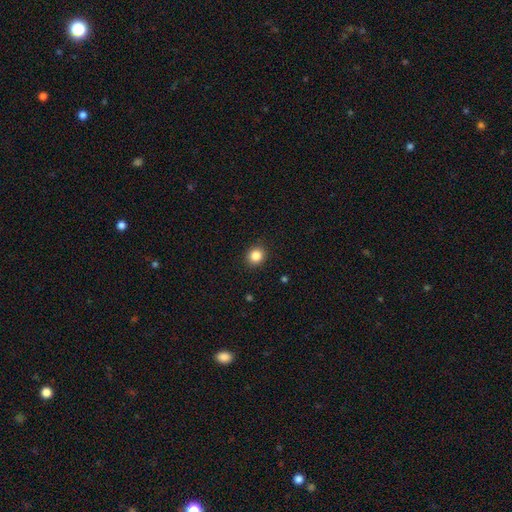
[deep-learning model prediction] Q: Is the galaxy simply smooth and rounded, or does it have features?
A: smooth — 85%.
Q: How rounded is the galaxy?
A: round — 85%.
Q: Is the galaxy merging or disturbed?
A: none — 91%.